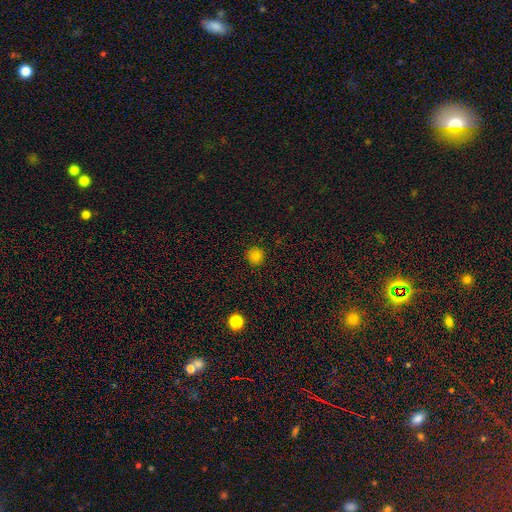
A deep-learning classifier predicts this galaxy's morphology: This is likely a smooth galaxy (80%). How rounded: clearly round (95%). Merging: clearly none (91%).